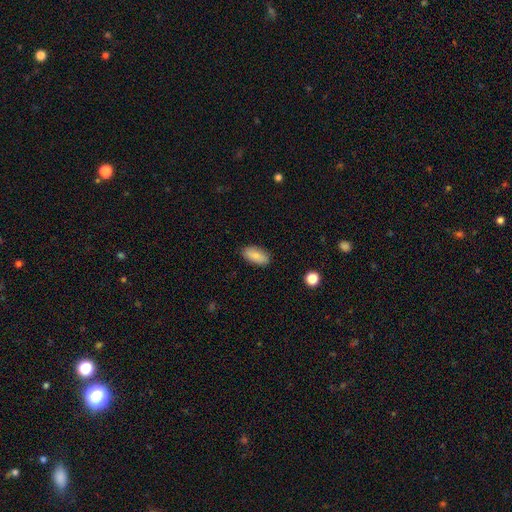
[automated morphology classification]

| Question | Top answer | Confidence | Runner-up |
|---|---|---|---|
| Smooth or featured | smooth | 87% | star or artifact (7%) |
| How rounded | in between | 88% | cigar-shaped (9%) |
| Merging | none | 87% | minor disturbance (9%) |